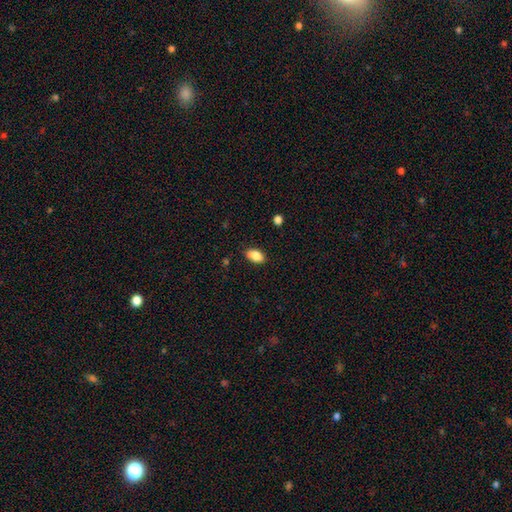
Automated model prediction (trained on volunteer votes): A smooth galaxy with no disk features (85%) that is in between round and cigar-shaped (91%). Merging: none (85%).